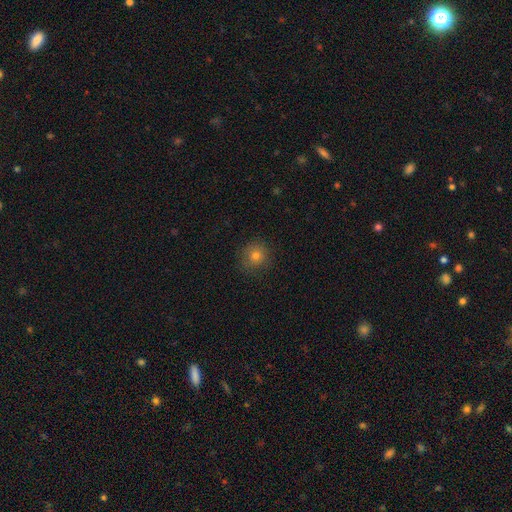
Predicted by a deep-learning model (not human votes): Q: Smooth or featured?
A: smooth (74%); runner-up: star or artifact (16%)
Q: How rounded?
A: round (91%); runner-up: in between (8%)
Q: Merging?
A: none (85%); runner-up: minor disturbance (11%)